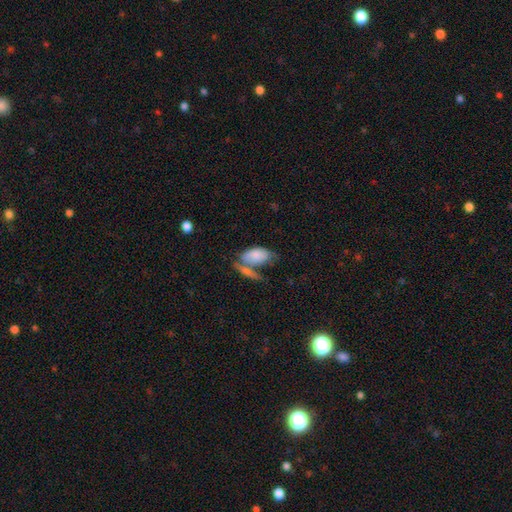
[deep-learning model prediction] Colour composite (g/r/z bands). It shows a smooth galaxy with no disk features (75%) that is in between round and cigar-shaped (92%). Merging: merger (40%).